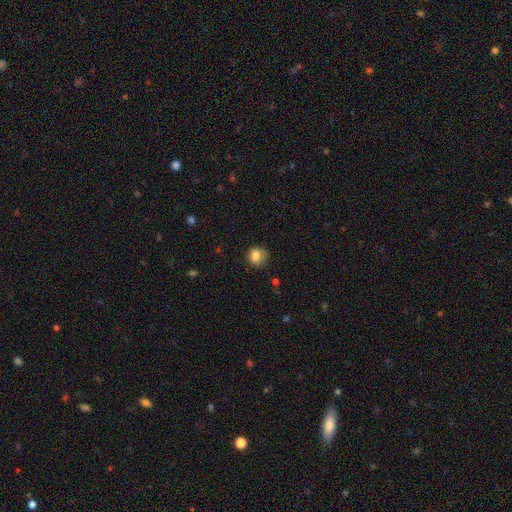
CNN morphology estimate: A smooth galaxy with no disk features (81%) that is round (77%). Merging: none (70%).